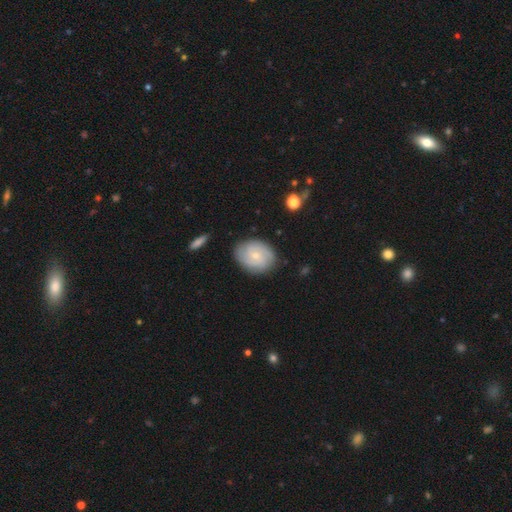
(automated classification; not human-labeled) Q: Smooth or featured?
A: featured or disk (69%); runner-up: smooth (24%)
Q: Edge-on disk?
A: no (97%); runner-up: yes (3%)
Q: Bar?
A: no (65%); runner-up: weak (31%)
Q: Spiral arms?
A: yes (93%); runner-up: no (7%)
Q: Spiral winding?
A: tight (62%); runner-up: medium (30%)
Q: Spiral arm count?
A: 2 (30%); runner-up: can't tell (28%)
Q: Bulge size?
A: small (71%); runner-up: moderate (25%)
Q: Merging?
A: none (83%); runner-up: minor disturbance (13%)